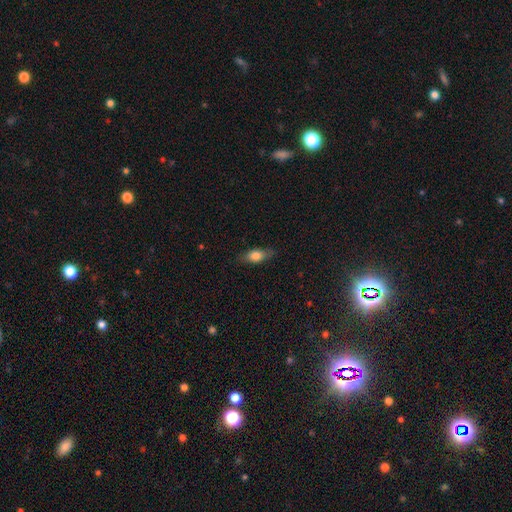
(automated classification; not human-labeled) Smooth or featured? smooth (73%)
How rounded? in between (74%)
Merging? none (79%)